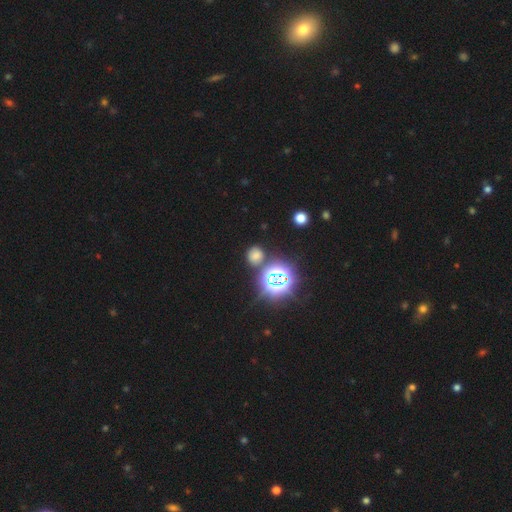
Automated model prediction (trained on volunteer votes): A smooth galaxy with no disk features (56%) that is round (77%). Merging: none (79%).